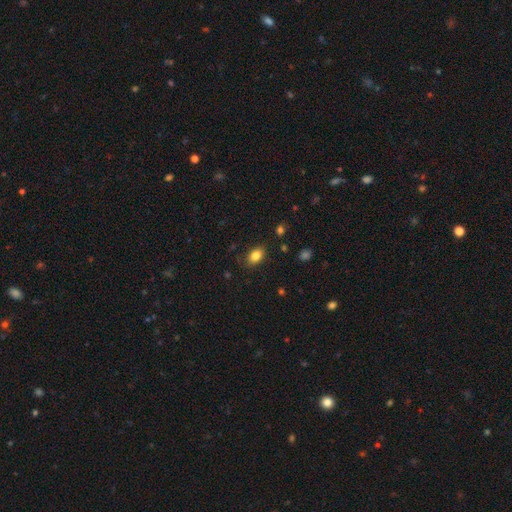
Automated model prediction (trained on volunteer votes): smooth 84%, star or artifact 9%, featured or disk 7%. Down the decision tree: how rounded — in between (83%); merging — none (83%).